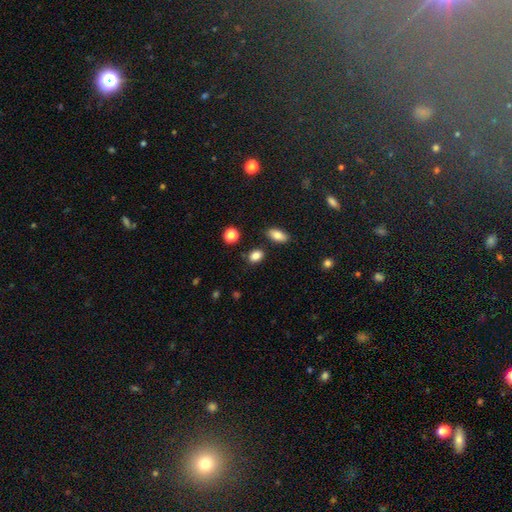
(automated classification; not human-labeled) Overall: smooth (86%). How rounded: in between (64%; round 34%). Merging: none (82%).